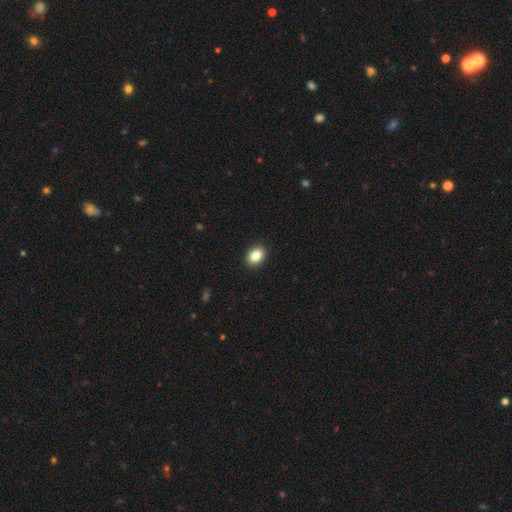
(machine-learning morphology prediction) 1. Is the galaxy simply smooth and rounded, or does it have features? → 85% smooth, 9% star or artifact, 6% featured or disk.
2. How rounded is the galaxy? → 66% in between, 33% round, 1% cigar-shaped.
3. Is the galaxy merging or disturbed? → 91% none, 6% minor disturbance, 2% major disturbance, 1% merger.